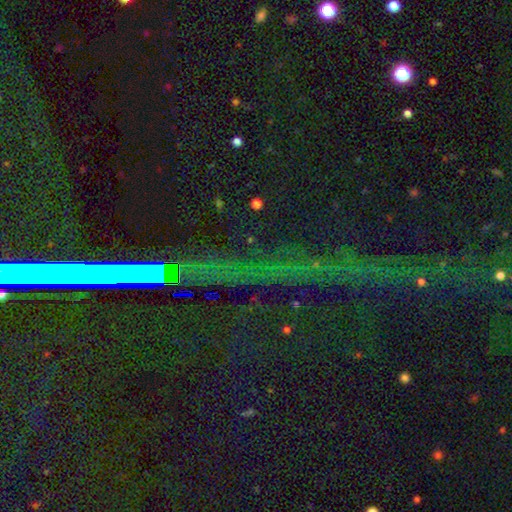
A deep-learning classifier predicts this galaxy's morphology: star or artifact 79%, featured or disk 11%, smooth 10%.